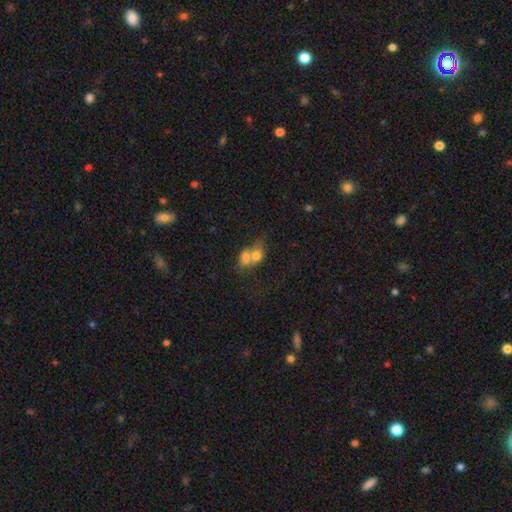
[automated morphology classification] Overall: smooth (69%). How rounded: in between (58%; round 40%). Merging: merger (76%).